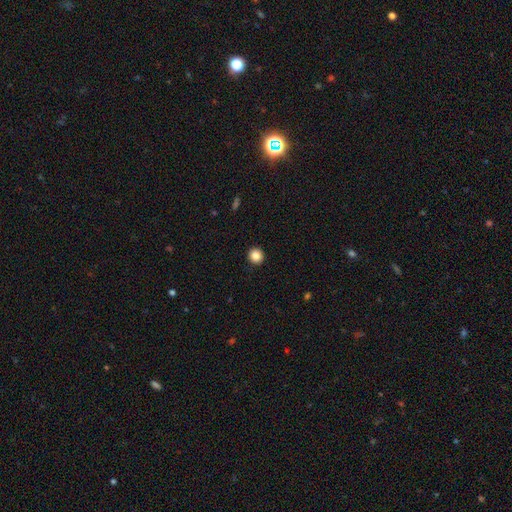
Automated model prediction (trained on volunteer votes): Smooth or featured: smooth — 86% (star or artifact — 10%)
How rounded: round — 93% (in between — 6%)
Merging: none — 93% (minor disturbance — 5%)